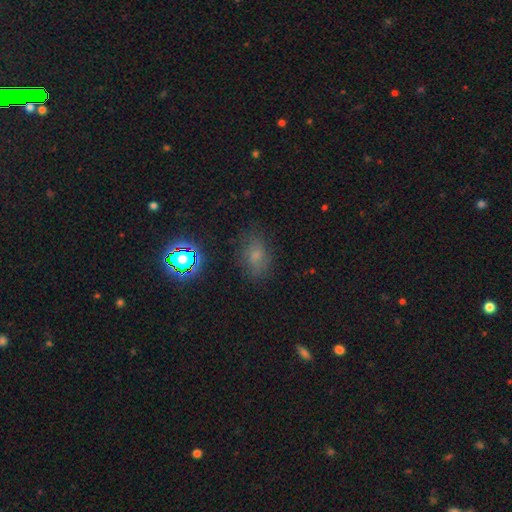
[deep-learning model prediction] This appears to be a smooth galaxy with no disk features (59%) that is in between round and cigar-shaped (74%). Merging: none (72%).